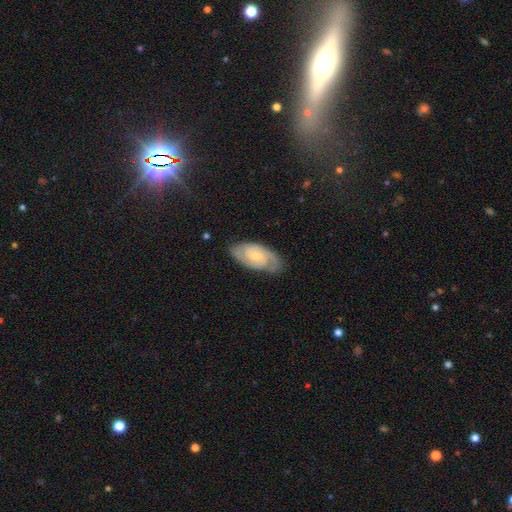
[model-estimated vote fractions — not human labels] Smooth or featured: featured or disk — 72% (smooth — 22%)
Edge-on disk: no — 95% (yes — 5%)
Bar: no — 55% (weak — 39%)
Spiral arms: yes — 93% (no — 7%)
Spiral winding: tight — 52% (medium — 39%)
Spiral arm count: 2 — 71% (can't tell — 16%)
Bulge size: small — 56% (moderate — 36%)
Merging: none — 75% (minor disturbance — 19%)